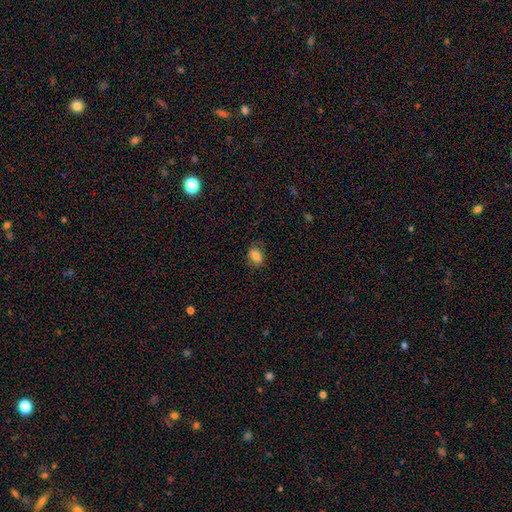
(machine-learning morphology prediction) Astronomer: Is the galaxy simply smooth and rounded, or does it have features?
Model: smooth — 82%.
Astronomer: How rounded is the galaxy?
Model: in between — 76%.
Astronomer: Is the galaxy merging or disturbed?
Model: none — 79%.